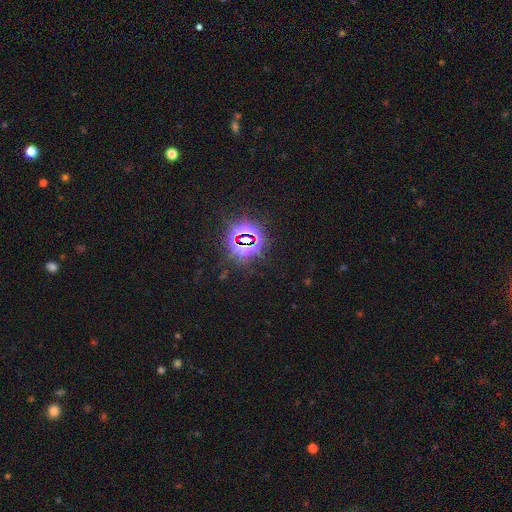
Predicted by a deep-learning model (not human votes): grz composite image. It shows a star or artifact, not a galaxy (80%).